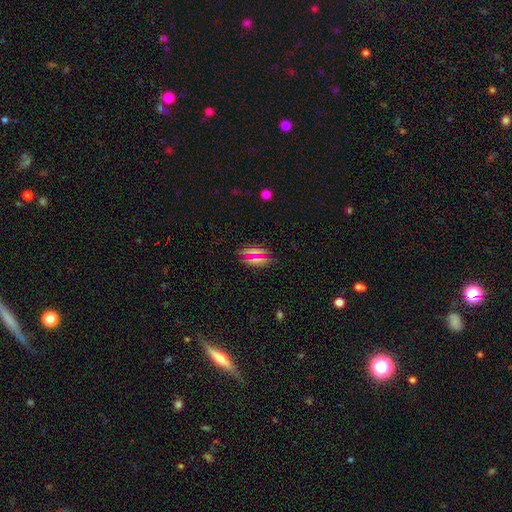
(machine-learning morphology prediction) smooth 68%, star or artifact 19%, featured or disk 13%. Down the decision tree: how rounded — in between (77%); merging — none (75%).